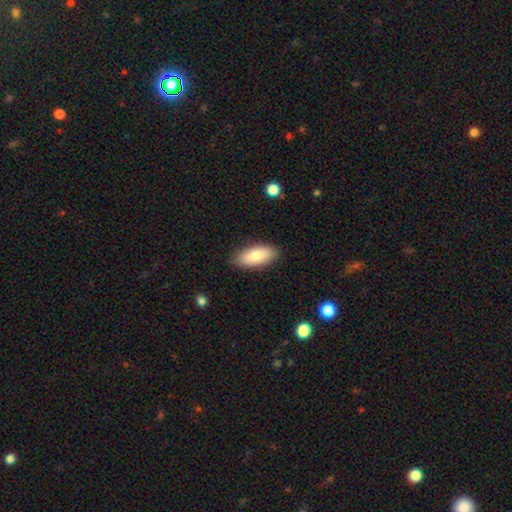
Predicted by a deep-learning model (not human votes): Smooth or featured?
  - smooth: 84% *
  - featured or disk: 10%
  - star or artifact: 6%
How rounded?
  - in between: 86% *
  - cigar-shaped: 12%
  - round: 2%
Merging?
  - none: 87% *
  - minor disturbance: 10%
  - major disturbance: 2%
  - merger: 1%